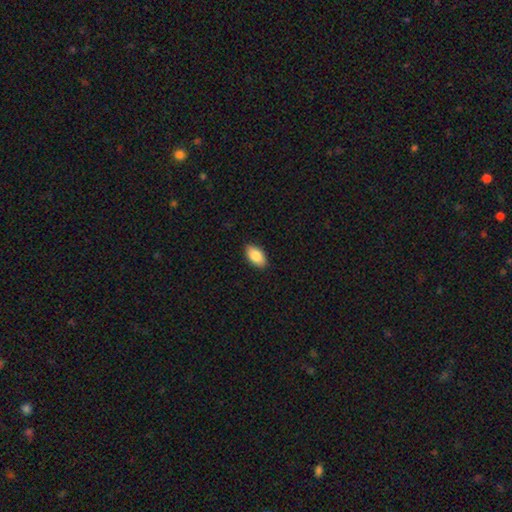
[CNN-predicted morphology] This appears to be a smooth galaxy with no disk features (86%) that is in between round and cigar-shaped (94%). Merging: none (89%).